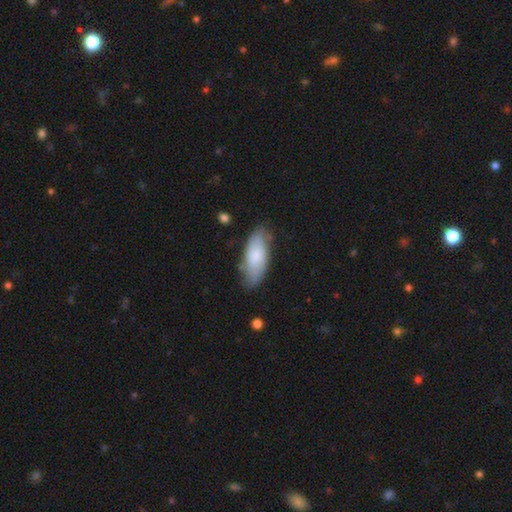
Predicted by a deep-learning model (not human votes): Overall: smooth (74%). How rounded: in between (80%). Merging: none (70%).